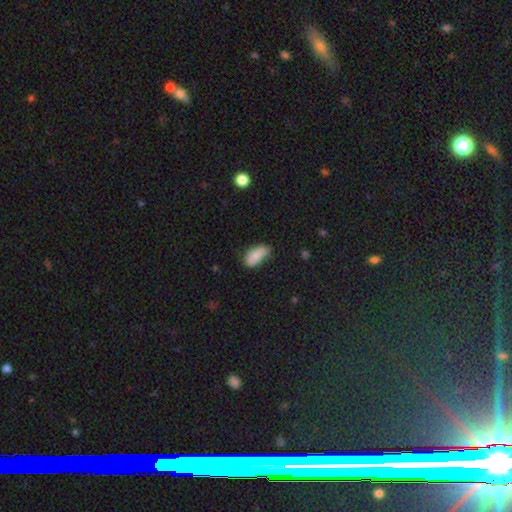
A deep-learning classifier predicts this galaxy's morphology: smooth 74%, featured or disk 18%, star or artifact 8%. Down the decision tree: how rounded — in between (90%); merging — none (48%).